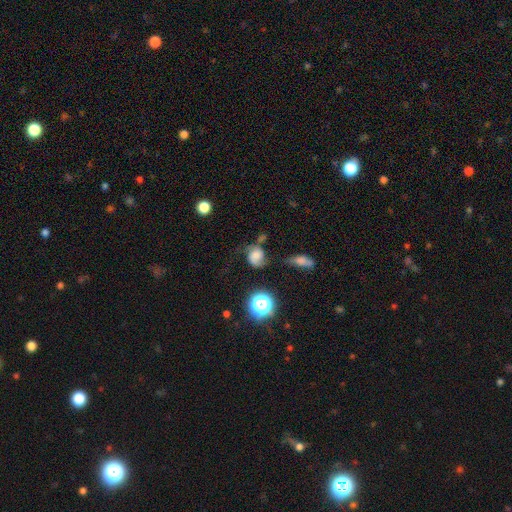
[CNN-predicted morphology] Smooth or featured? Predicted: smooth (p=0.45). Merging? Predicted: none (p=0.48).